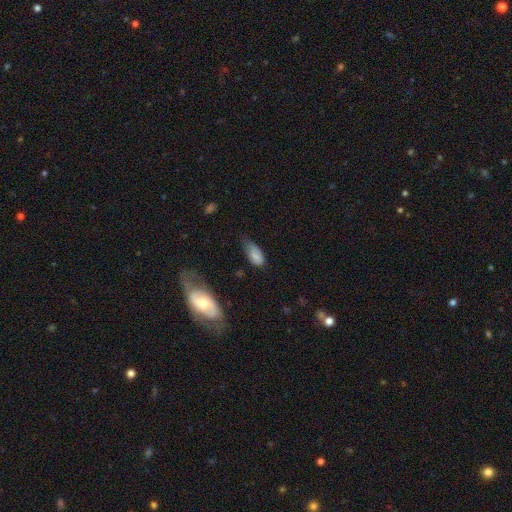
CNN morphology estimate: This appears to be a smooth galaxy with no disk features (76%) that is in between round and cigar-shaped (92%). Merging: minor disturbance (43%).